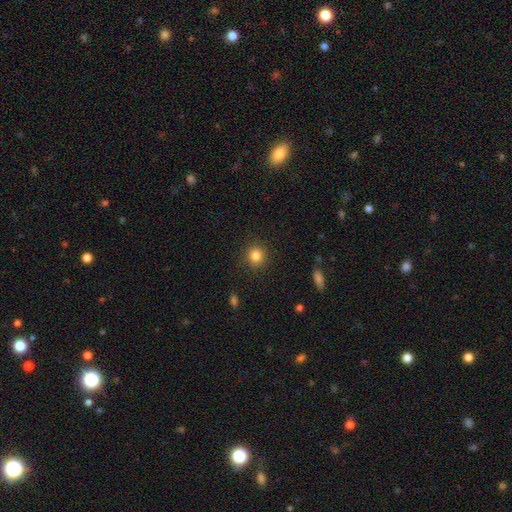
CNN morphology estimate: The model was most divided on "smooth or featured": smooth: 84%, star or artifact: 11%, featured or disk: 5%. More confident: how rounded — round (90%); merging — none (90%).